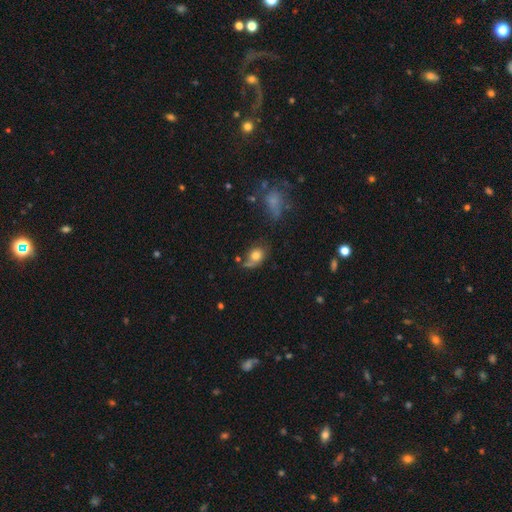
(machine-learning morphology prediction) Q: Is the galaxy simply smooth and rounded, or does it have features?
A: smooth — 76%.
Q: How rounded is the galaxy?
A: round — 53%.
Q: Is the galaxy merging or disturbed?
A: none — 49%.